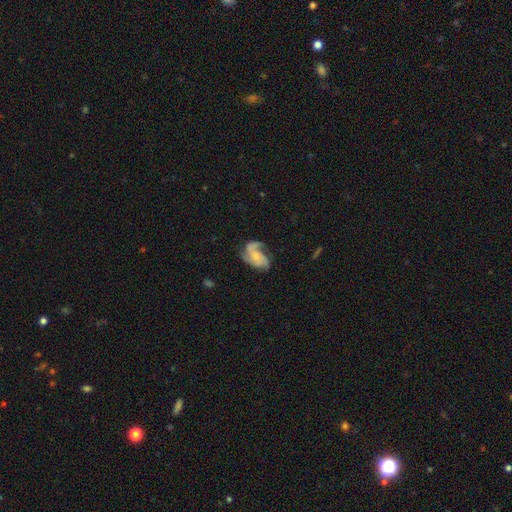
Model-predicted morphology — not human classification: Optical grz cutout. It shows a featured or disk galaxy (80%) with no bar (69%), 3 (59%) medium (49%) spiral arms (95%) and a small central bulge (55%). Merging: none (57%).